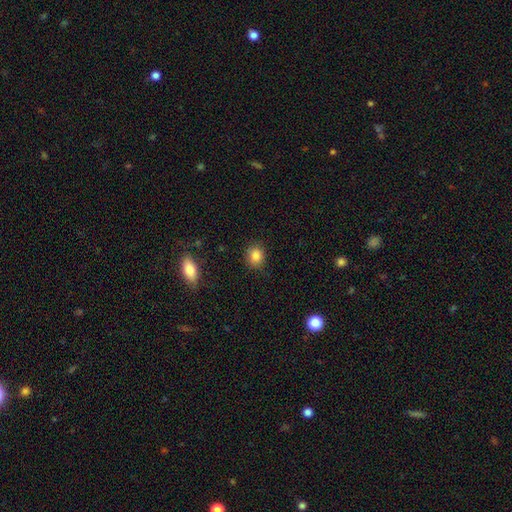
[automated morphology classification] This appears to be a smooth galaxy with no disk features (85%) that is round (73%). Merging: none (86%).